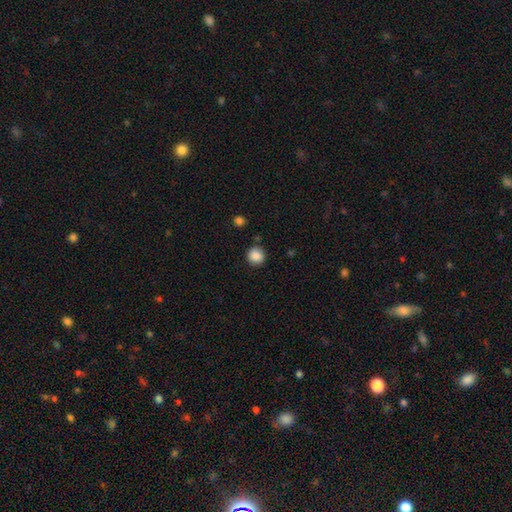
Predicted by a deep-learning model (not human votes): Smooth or featured: smooth — 87% (star or artifact — 9%)
How rounded: round — 92% (in between — 7%)
Merging: none — 87% (minor disturbance — 8%)